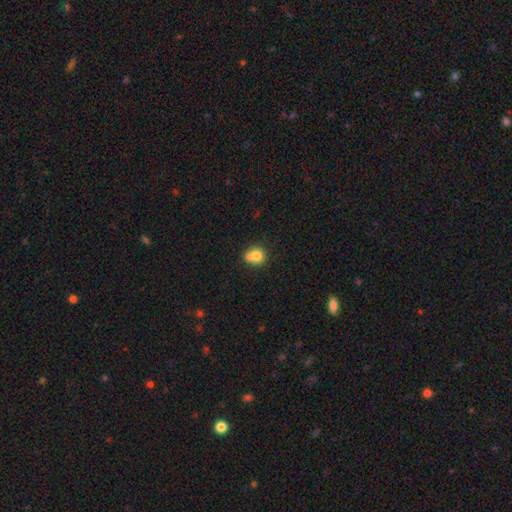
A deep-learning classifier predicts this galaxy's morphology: Smooth or featured?
  - smooth: 76% *
  - featured or disk: 13%
  - star or artifact: 10%
How rounded?
  - round: 79% *
  - in between: 20%
  - cigar-shaped: 1%
Merging?
  - none: 44% *
  - merger: 39%
  - minor disturbance: 13%
  - major disturbance: 4%